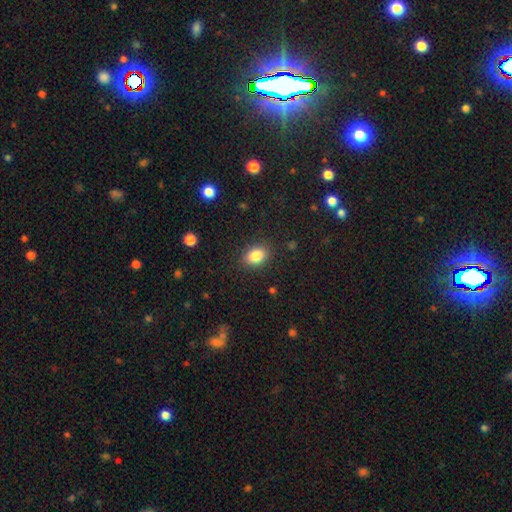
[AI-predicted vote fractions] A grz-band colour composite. It shows a smooth galaxy with no disk features (85%) that is in between round and cigar-shaped (73%). Merging: none (87%).